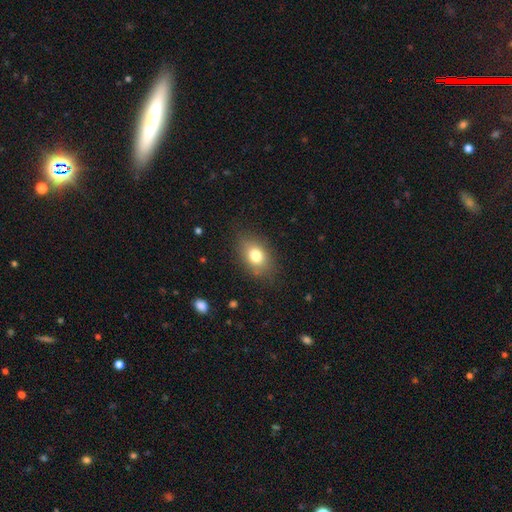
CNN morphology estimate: Smooth or featured?
  - smooth: 77% *
  - featured or disk: 13%
  - star or artifact: 10%
How rounded?
  - in between: 77% *
  - round: 21%
  - cigar-shaped: 2%
Merging?
  - none: 81% *
  - minor disturbance: 13%
  - major disturbance: 4%
  - merger: 1%